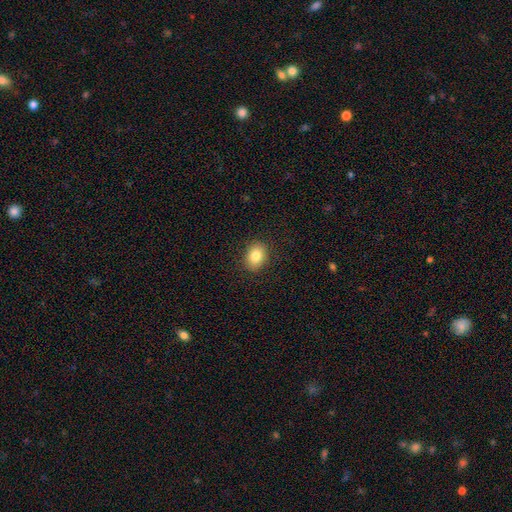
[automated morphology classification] Overall: smooth (83%). How rounded: in between (65%; round 34%). Merging: none (89%).